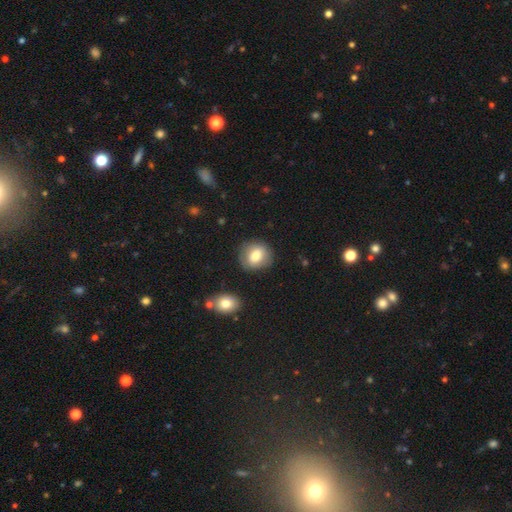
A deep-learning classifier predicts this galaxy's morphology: smooth-or-featured: smooth: 74% | featured or disk: 18% | star or artifact: 8%
  how-rounded: round: 76% | in between: 23% | cigar-shaped: 1%
  merging: none: 81% | minor disturbance: 13% | major disturbance: 4% | merger: 2%